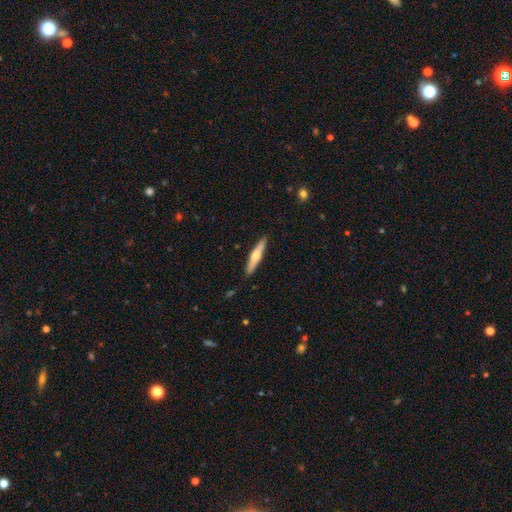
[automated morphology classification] smooth-or-featured: featured or disk: 52% | smooth: 43% | star or artifact: 5%
  disk-edge-on: yes: 96% | no: 4%
  merging: none: 91% | minor disturbance: 7% | major disturbance: 1% | merger: 1%